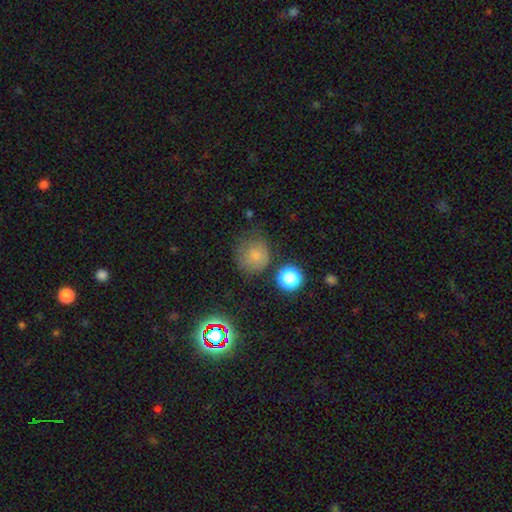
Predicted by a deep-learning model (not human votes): Smooth or featured: smooth — 75% (star or artifact — 16%)
How rounded: round — 87% (in between — 12%)
Merging: none — 66% (minor disturbance — 21%)